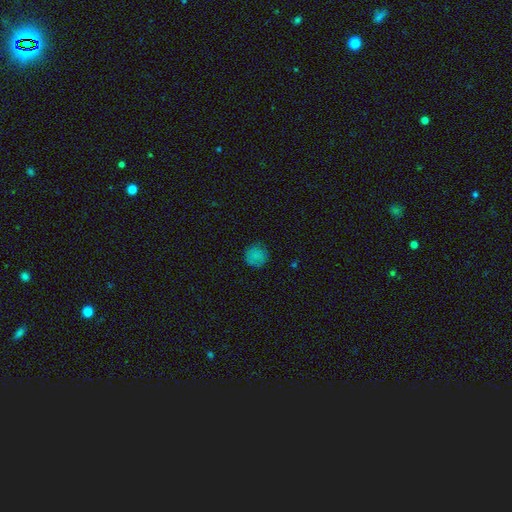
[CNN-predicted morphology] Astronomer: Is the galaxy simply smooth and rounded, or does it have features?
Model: smooth — 81%.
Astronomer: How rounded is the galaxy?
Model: round — 92%.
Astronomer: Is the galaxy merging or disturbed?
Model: none — 82%.